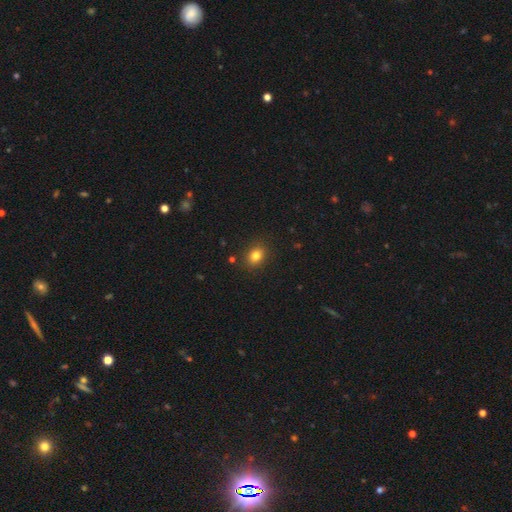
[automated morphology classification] This appears to be a smooth galaxy with no disk features (82%) that is in between round and cigar-shaped (53%). Merging: none (88%).